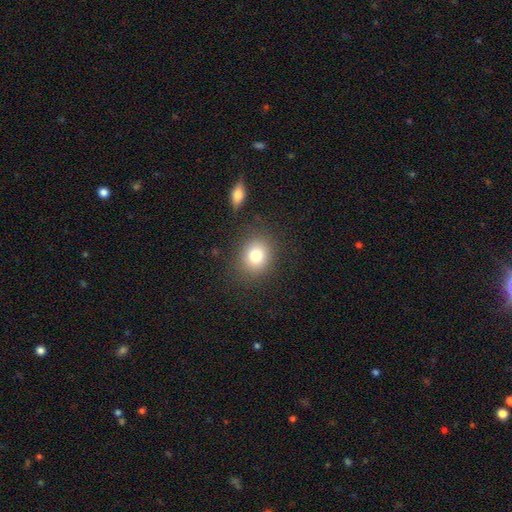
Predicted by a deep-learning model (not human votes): smooth 79%, star or artifact 11%, featured or disk 9%. Down the decision tree: how rounded — round (66%); merging — none (83%).